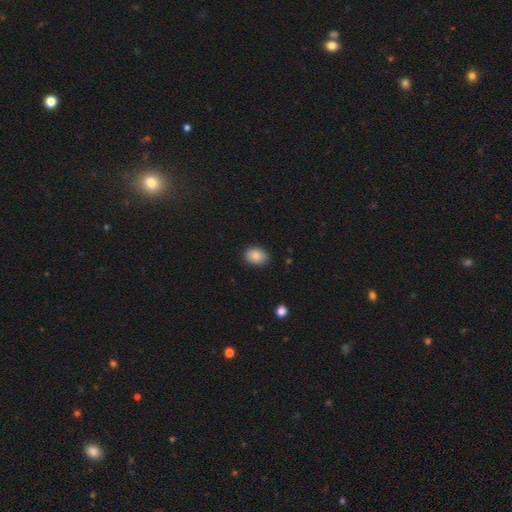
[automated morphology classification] Smooth or featured? smooth (88%)
How rounded? in between (69%)
Merging? none (86%)